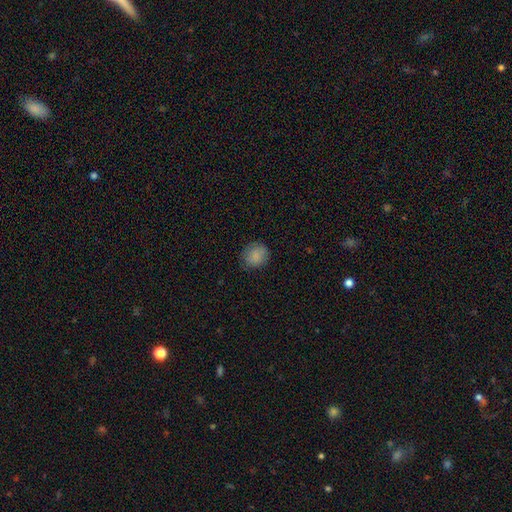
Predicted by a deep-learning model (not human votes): A smooth galaxy with no disk features (86%) that is round (78%). Merging: none (81%).